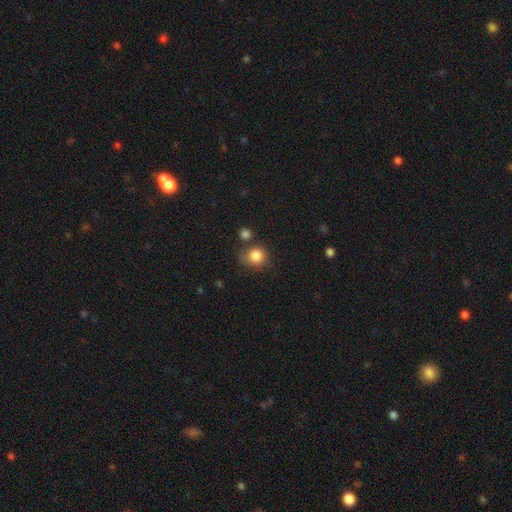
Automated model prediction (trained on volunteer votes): Overall: smooth (85%). How rounded: round (88%). Merging: none (71%).